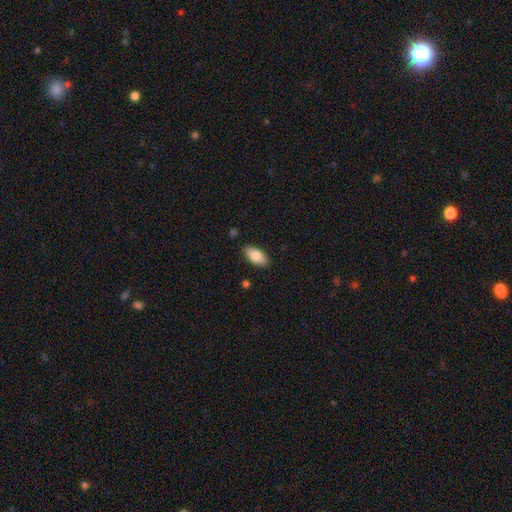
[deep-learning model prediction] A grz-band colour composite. It shows a smooth galaxy with no disk features (82%) that is in between round and cigar-shaped (92%). Merging: none (87%).